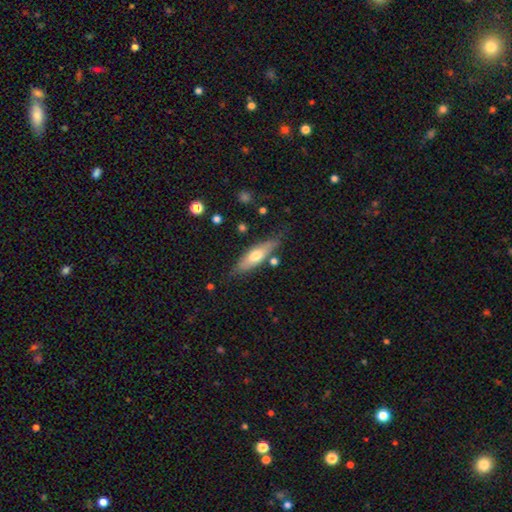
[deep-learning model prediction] Smooth or featured?
  - smooth: 56% *
  - featured or disk: 38%
  - star or artifact: 6%
How rounded?
  - cigar-shaped: 52% *
  - in between: 46%
  - round: 2%
Merging?
  - none: 74% *
  - minor disturbance: 17%
  - merger: 5%
  - major disturbance: 4%